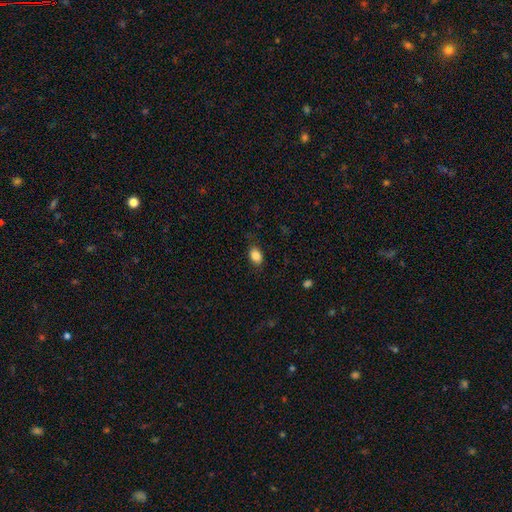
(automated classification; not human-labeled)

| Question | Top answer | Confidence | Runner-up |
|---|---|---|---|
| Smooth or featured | smooth | 86% | star or artifact (9%) |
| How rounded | in between | 83% | round (15%) |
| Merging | none | 81% | minor disturbance (14%) |